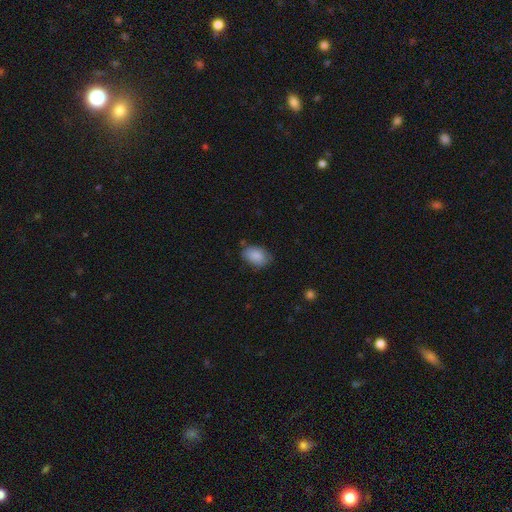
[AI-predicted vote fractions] Smooth or featured? smooth (87%)
How rounded? in between (85%)
Merging? none (73%)